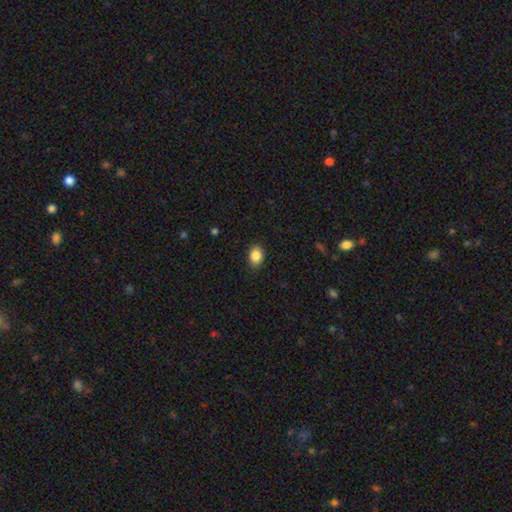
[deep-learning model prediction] Q: Smooth or featured?
A: smooth (86%); runner-up: star or artifact (8%)
Q: How rounded?
A: in between (72%); runner-up: round (26%)
Q: Merging?
A: none (86%); runner-up: minor disturbance (11%)